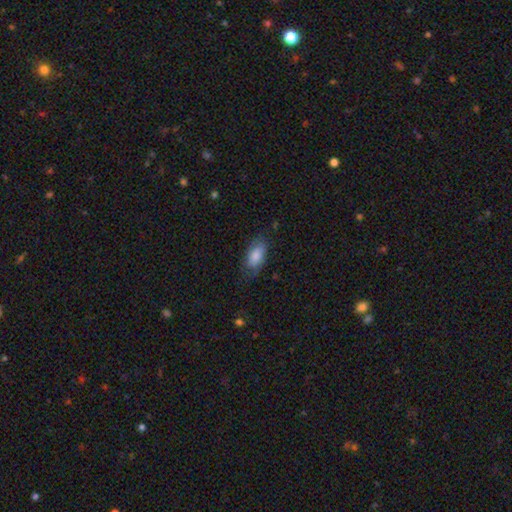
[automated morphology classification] This is likely a smooth galaxy (74%). How rounded: clearly in between (91%). Merging: likely none (65%).